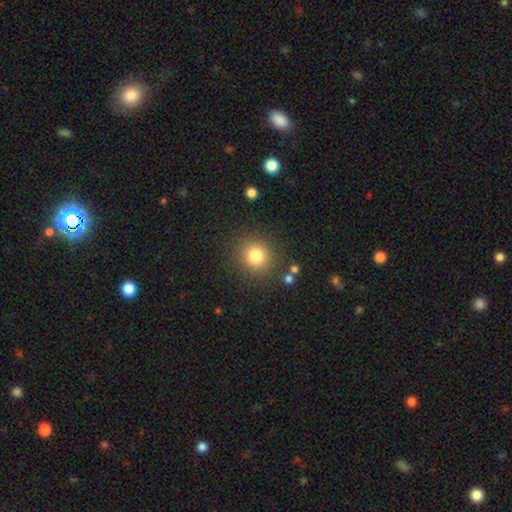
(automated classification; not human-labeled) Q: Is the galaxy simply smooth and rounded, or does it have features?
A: smooth — 80%.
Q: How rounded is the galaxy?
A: round — 92%.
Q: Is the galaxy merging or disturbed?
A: none — 87%.